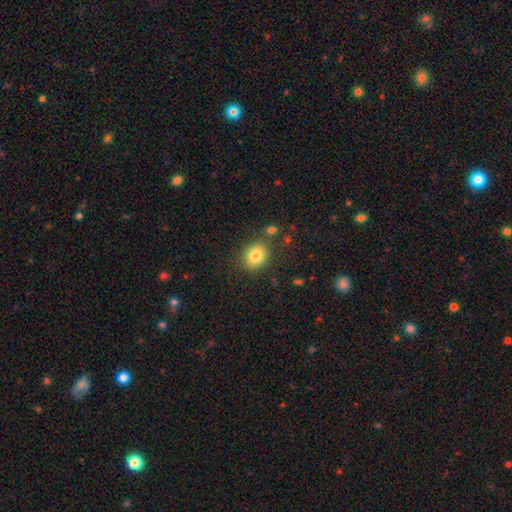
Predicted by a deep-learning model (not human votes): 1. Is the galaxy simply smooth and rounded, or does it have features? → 81% smooth, 11% star or artifact, 8% featured or disk.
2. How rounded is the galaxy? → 61% round, 38% in between, 1% cigar-shaped.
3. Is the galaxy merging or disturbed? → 80% none, 11% minor disturbance, 5% merger, 4% major disturbance.